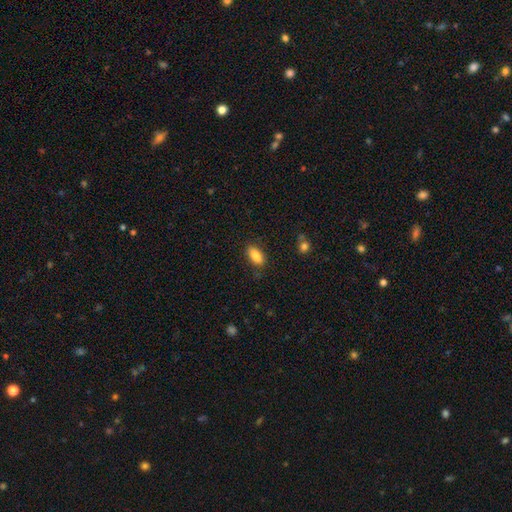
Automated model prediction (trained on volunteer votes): smooth 86%, star or artifact 8%, featured or disk 7%. Down the decision tree: how rounded — in between (88%); merging — none (83%).